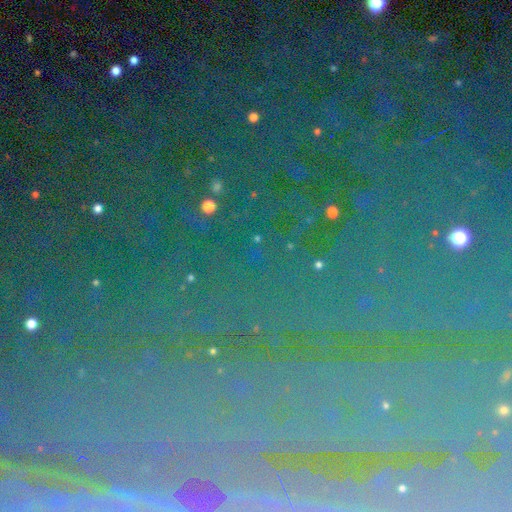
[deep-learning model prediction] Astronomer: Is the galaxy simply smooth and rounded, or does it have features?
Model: star or artifact — 80%.